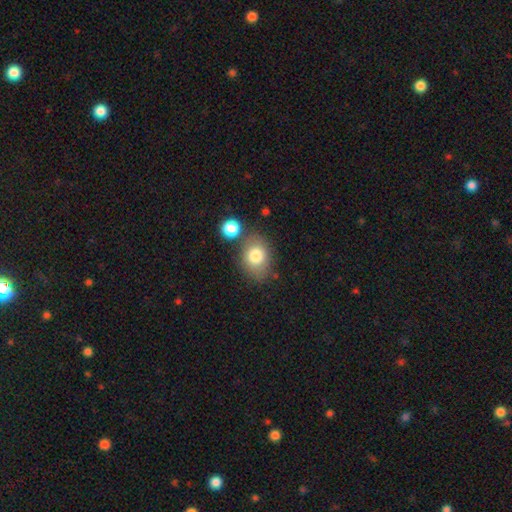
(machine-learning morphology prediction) smooth-or-featured: smooth: 79% | featured or disk: 11% | star or artifact: 9%
  how-rounded: in between: 61% | round: 38% | cigar-shaped: 1%
  merging: none: 66% | minor disturbance: 16% | merger: 13% | major disturbance: 5%